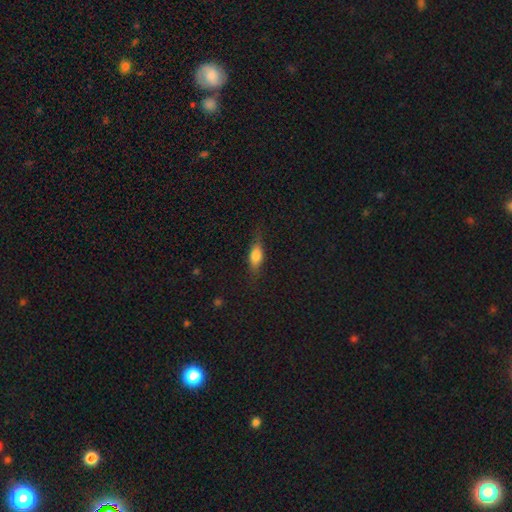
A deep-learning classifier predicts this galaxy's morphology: Smooth or featured? Predicted: smooth (p=0.69). How rounded? Predicted: in between (p=0.66). Merging? Predicted: none (p=0.74).